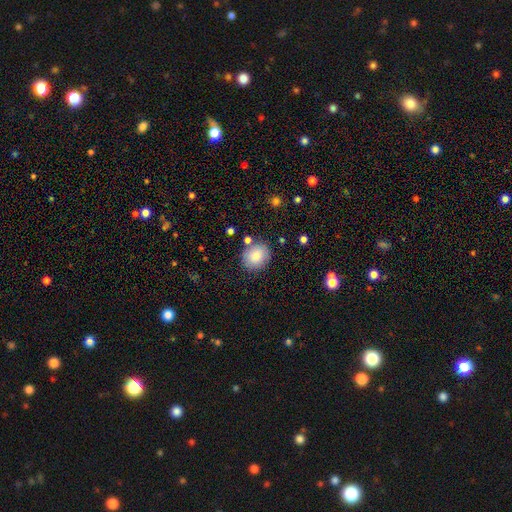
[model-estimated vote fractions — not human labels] Smooth or featured? Predicted: smooth (p=0.85). How rounded? Predicted: round (p=0.64). Merging? Predicted: none (p=0.80).